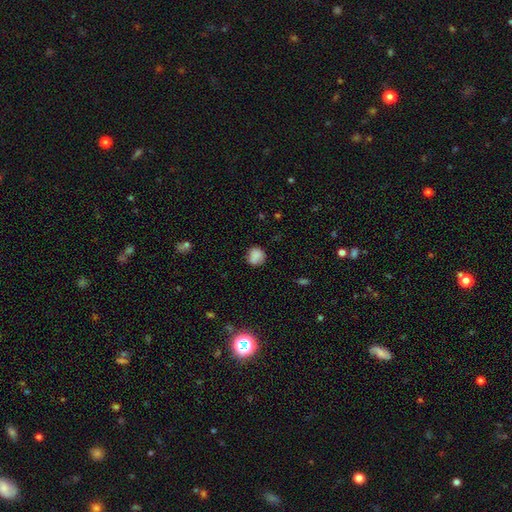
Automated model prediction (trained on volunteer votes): A smooth galaxy with no disk features (85%) that is round (84%).

Vote fractions:
- Smooth or featured? smooth: 85% / star or artifact: 10% / featured or disk: 6%
- How rounded? round: 84% / in between: 15% / cigar-shaped: 1%
- Merging? none: 78% / minor disturbance: 16% / major disturbance: 4% / merger: 2%